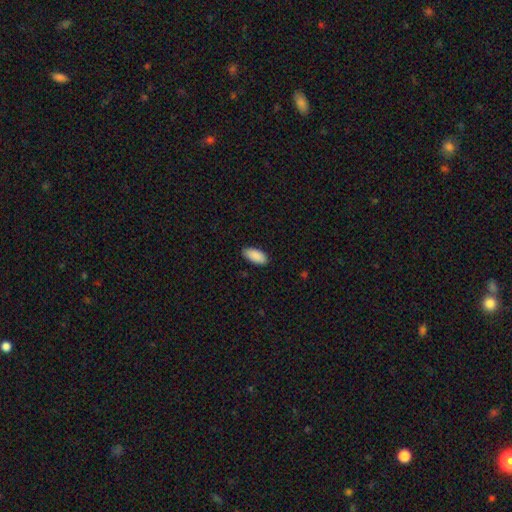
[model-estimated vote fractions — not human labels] Smooth or featured?
  - smooth: 90% *
  - star or artifact: 6%
  - featured or disk: 3%
How rounded?
  - in between: 91% *
  - cigar-shaped: 7%
  - round: 2%
Merging?
  - none: 87% *
  - minor disturbance: 10%
  - major disturbance: 2%
  - merger: 1%